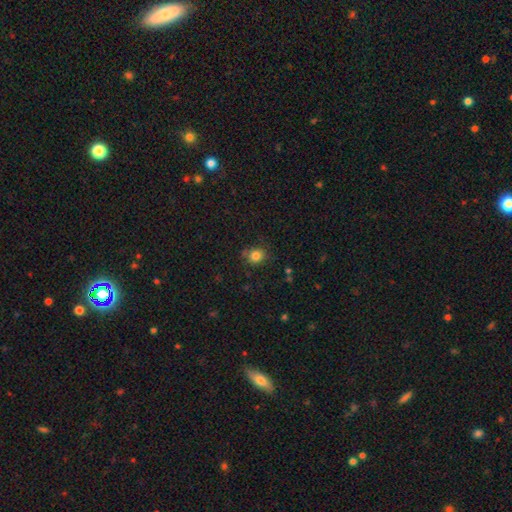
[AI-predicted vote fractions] Morphology: type=smooth (82%); roundness=round (76%); merging=none (75%).